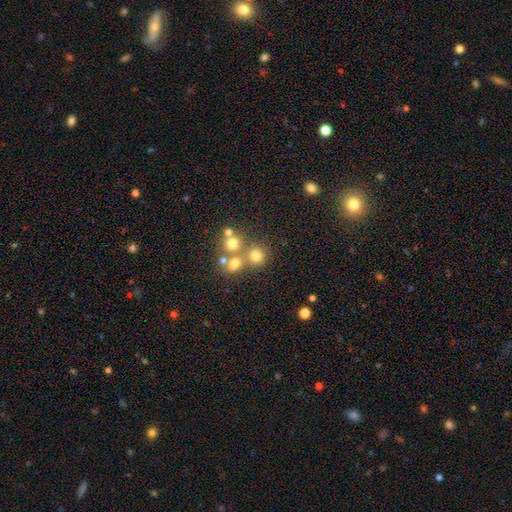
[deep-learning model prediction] A smooth galaxy with no disk features (70%) that is round (86%). Merging: none (57%).